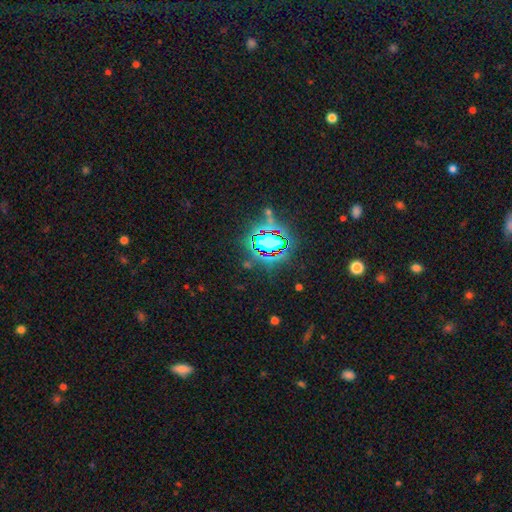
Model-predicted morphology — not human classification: A star or artifact, not a galaxy (83%).